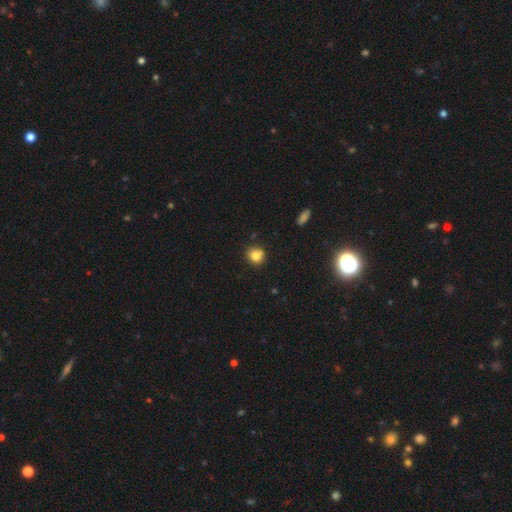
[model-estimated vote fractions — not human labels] smooth 79%, star or artifact 11%, featured or disk 9%. Down the decision tree: how rounded — round (84%); merging — none (69%).